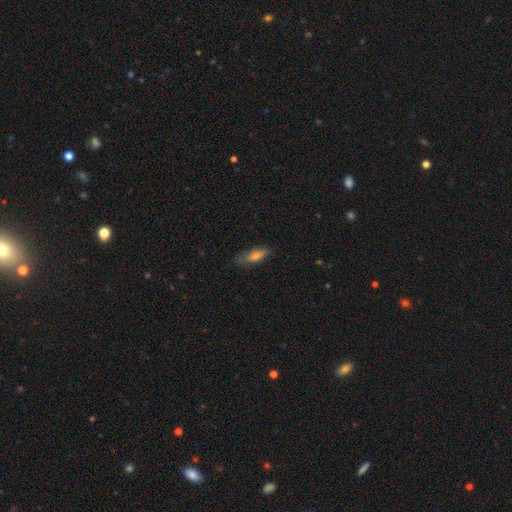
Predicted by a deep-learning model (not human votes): smooth_or_featured: smooth (p=0.66) [alt: featured or disk p=0.25]
how_rounded: in between (p=0.52) [alt: cigar-shaped p=0.45]
merging: none (p=0.71) [alt: minor disturbance p=0.22]